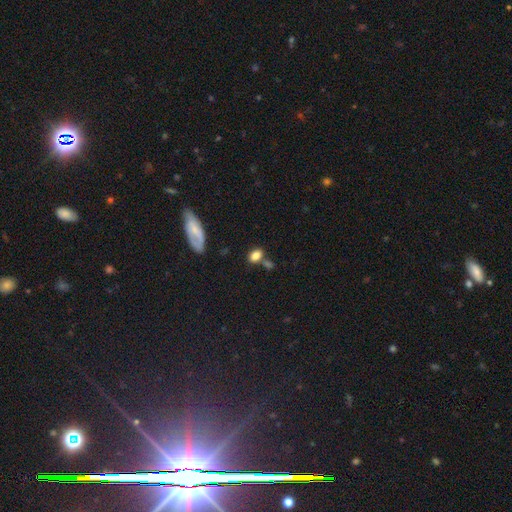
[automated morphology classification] Overall: smooth (81%). How rounded: in between (79%). Merging: none (53%; merger 25%).